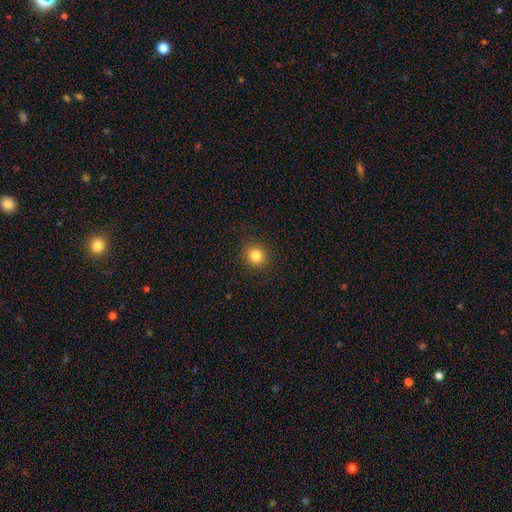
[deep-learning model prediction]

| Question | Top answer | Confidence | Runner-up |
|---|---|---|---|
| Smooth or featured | smooth | 82% | star or artifact (12%) |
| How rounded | round | 91% | in between (8%) |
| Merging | none | 90% | minor disturbance (7%) |